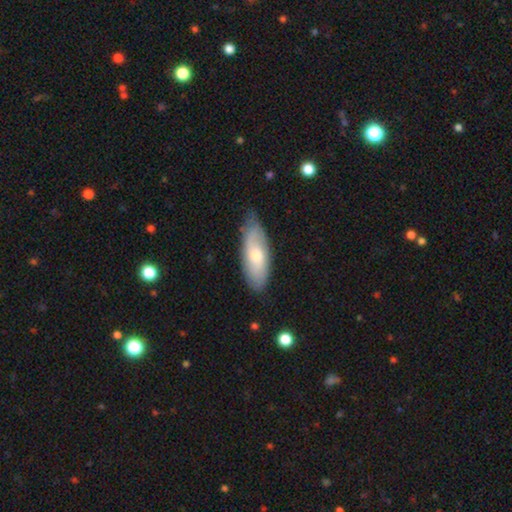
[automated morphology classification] type=smooth (57%); roundness=in between (71%); merging=none (75%).